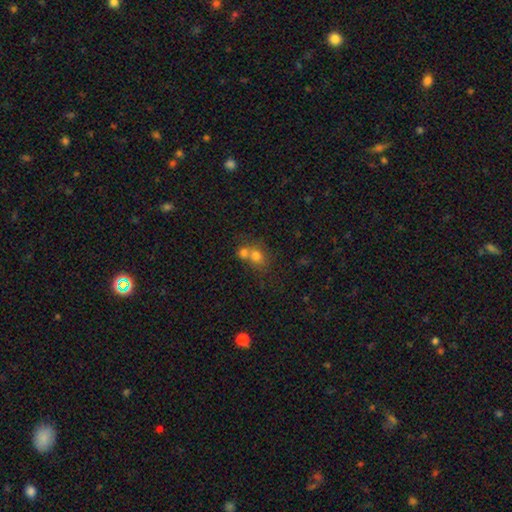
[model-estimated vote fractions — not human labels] Smooth or featured?
  - smooth: 73% *
  - star or artifact: 14%
  - featured or disk: 13%
How rounded?
  - round: 67% *
  - in between: 32%
  - cigar-shaped: 1%
Merging?
  - merger: 56% *
  - none: 33%
  - minor disturbance: 7%
  - major disturbance: 4%